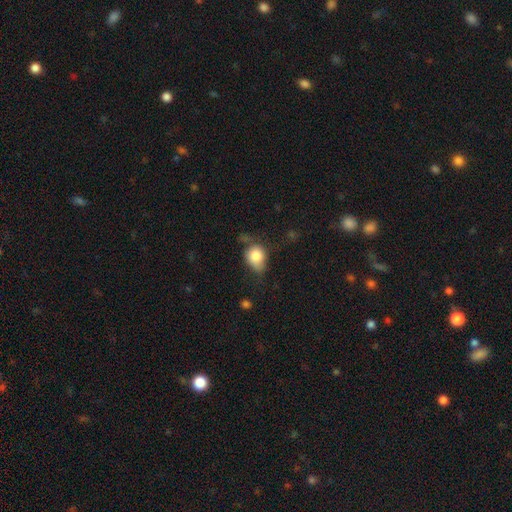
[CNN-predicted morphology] A smooth galaxy with no disk features (79%) that is round (51%). Merging: none (42%).